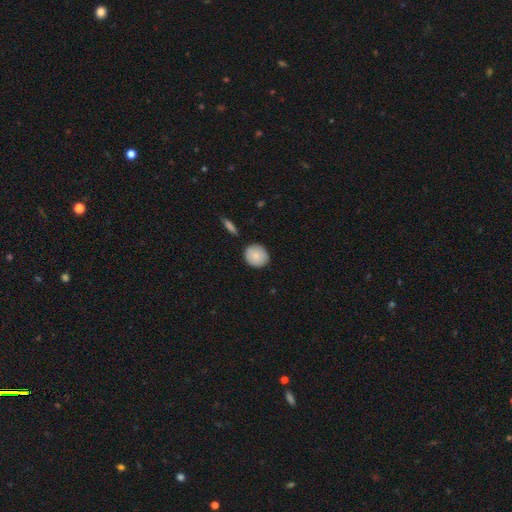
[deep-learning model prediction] The model was most divided on "how rounded": round: 79%, in between: 20%, cigar-shaped: 1%. More confident: smooth or featured — smooth (84%); merging — none (84%).